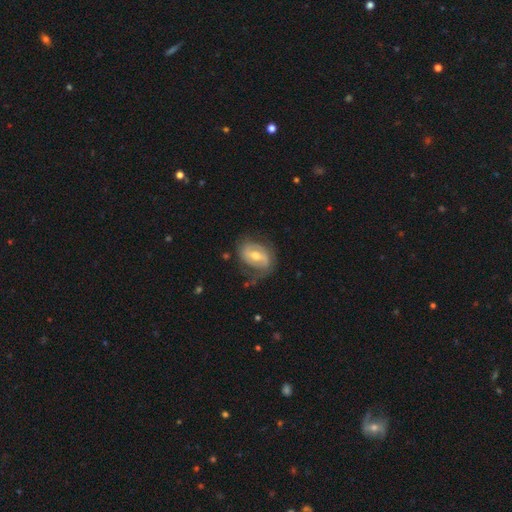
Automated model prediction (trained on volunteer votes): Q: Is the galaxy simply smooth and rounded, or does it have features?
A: featured or disk — 72%.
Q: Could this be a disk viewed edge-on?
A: no — 96%.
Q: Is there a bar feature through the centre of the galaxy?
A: weak — 44%.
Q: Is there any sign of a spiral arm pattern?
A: yes — 73%.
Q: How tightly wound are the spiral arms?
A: medium — 40%.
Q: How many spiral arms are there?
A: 2 — 68%.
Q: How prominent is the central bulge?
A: moderate — 73%.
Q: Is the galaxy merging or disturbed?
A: none — 61%.